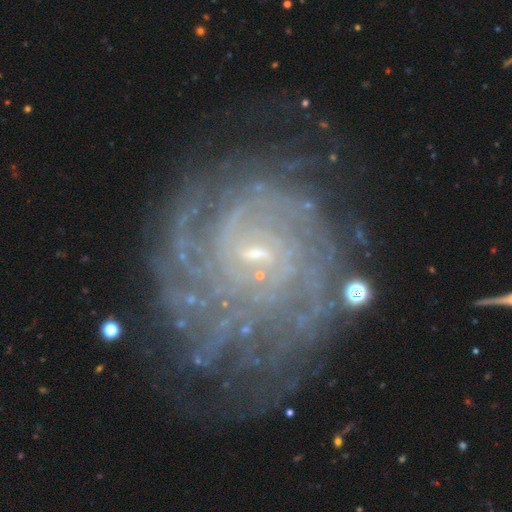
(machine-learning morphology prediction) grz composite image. It shows a featured or disk galaxy (84%) with no bar (47%), tight (73%) spiral arms (94%) and a small central bulge (80%). Merging: none (68%).